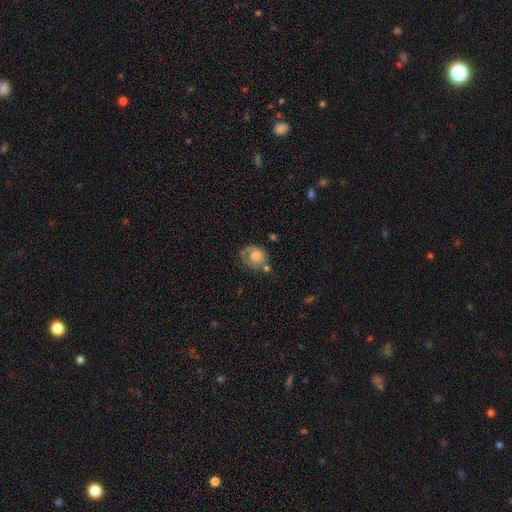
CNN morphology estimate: Q: Smooth or featured?
A: smooth (49%); runner-up: featured or disk (43%)
Q: Merging?
A: none (45%); runner-up: minor disturbance (27%)